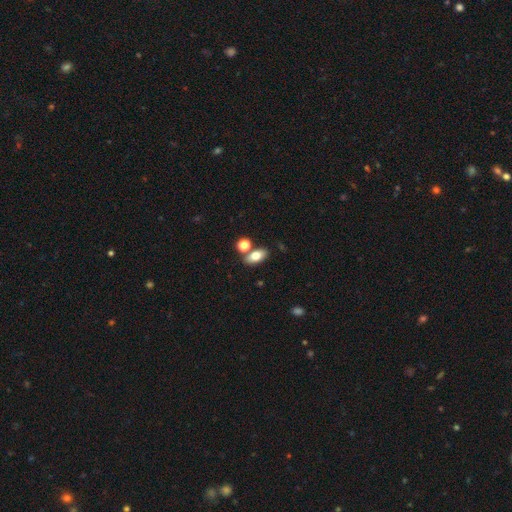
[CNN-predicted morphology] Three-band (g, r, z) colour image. It shows a smooth galaxy with no disk features (76%) that is in between round and cigar-shaped (86%). Merging: none (70%).